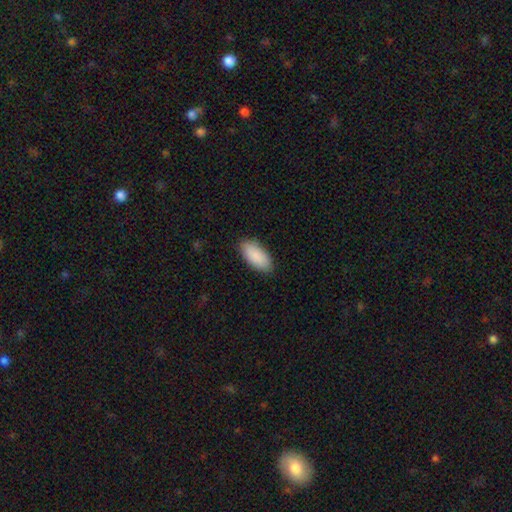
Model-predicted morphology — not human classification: Q: Smooth or featured?
A: smooth (90%); runner-up: star or artifact (5%)
Q: How rounded?
A: in between (91%); runner-up: cigar-shaped (7%)
Q: Merging?
A: none (87%); runner-up: minor disturbance (10%)